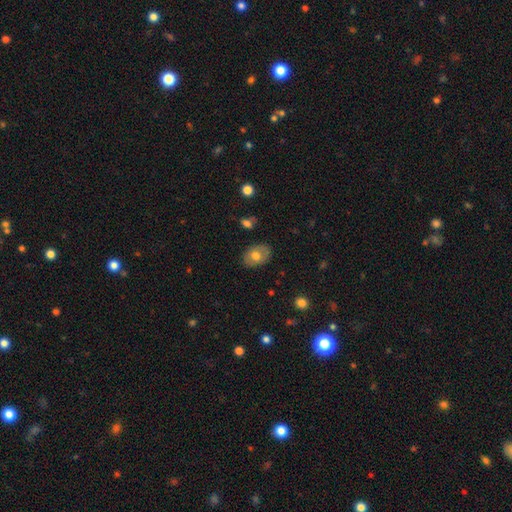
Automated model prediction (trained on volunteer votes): Q: Smooth or featured?
A: smooth (65%); runner-up: featured or disk (27%)
Q: How rounded?
A: in between (77%); runner-up: round (22%)
Q: Merging?
A: none (82%); runner-up: minor disturbance (13%)